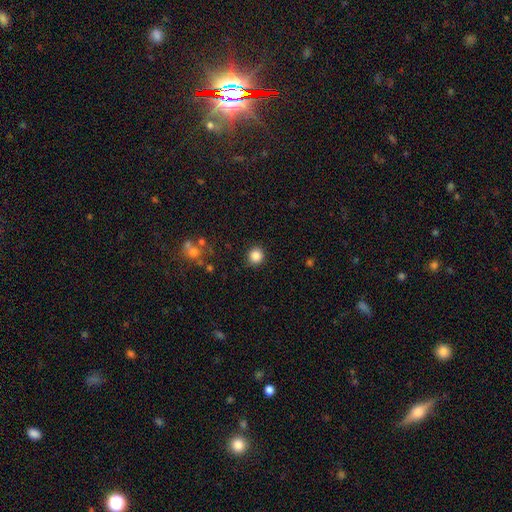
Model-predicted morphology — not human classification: smooth_or_featured: smooth (p=0.86) [alt: star or artifact p=0.10]
how_rounded: round (p=0.90) [alt: in between p=0.09]
merging: none (p=0.88) [alt: minor disturbance p=0.08]